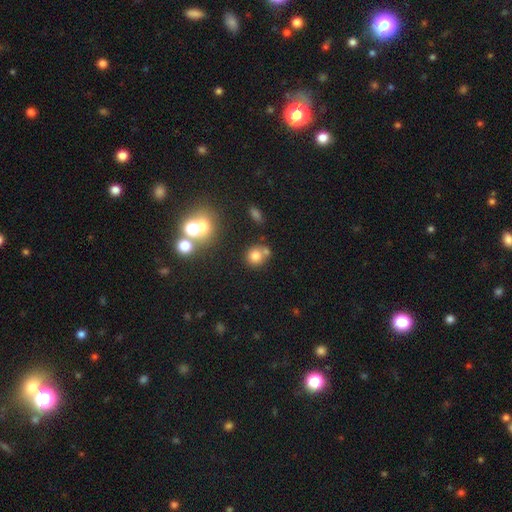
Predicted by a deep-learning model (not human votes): smooth 74%, star or artifact 15%, featured or disk 11%. Down the decision tree: how rounded — round (84%); merging — none (57%).